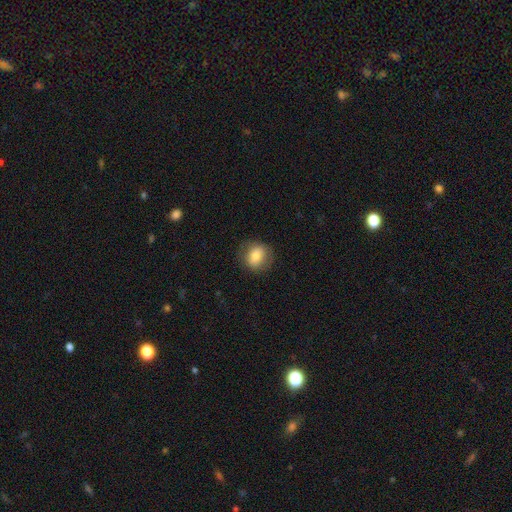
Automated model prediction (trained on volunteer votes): Morphology: type=smooth (76%); roundness=round (68%); merging=none (81%).